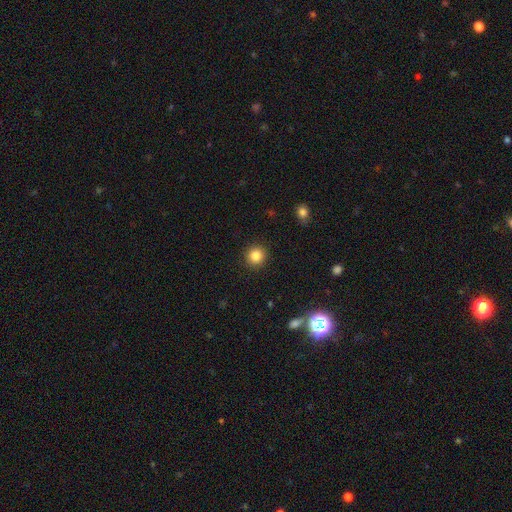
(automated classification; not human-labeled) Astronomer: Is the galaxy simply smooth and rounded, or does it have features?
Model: smooth — 85%.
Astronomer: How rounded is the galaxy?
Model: round — 93%.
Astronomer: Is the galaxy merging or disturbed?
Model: none — 92%.